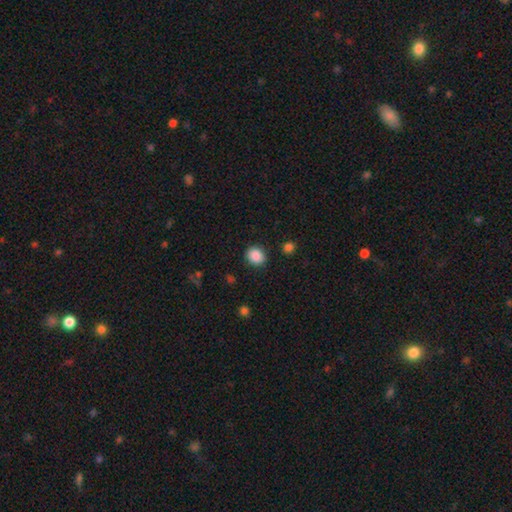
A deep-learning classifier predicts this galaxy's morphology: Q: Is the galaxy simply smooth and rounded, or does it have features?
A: smooth — 88%.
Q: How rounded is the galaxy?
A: round — 70%.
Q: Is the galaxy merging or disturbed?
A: none — 87%.